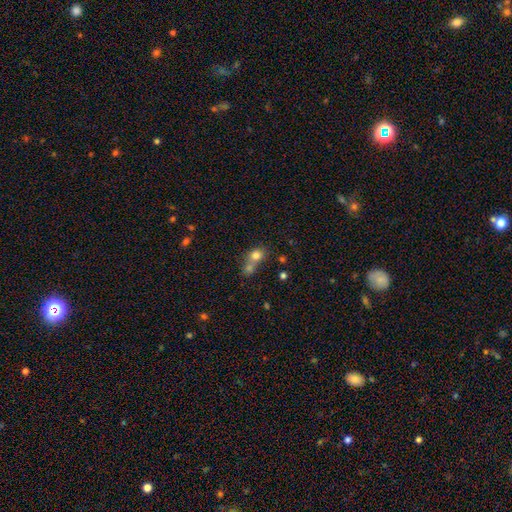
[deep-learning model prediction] Smooth or featured?
  - smooth: 76% *
  - star or artifact: 12%
  - featured or disk: 12%
How rounded?
  - round: 65% *
  - in between: 34%
  - cigar-shaped: 2%
Merging?
  - merger: 59% *
  - none: 29%
  - minor disturbance: 8%
  - major disturbance: 4%